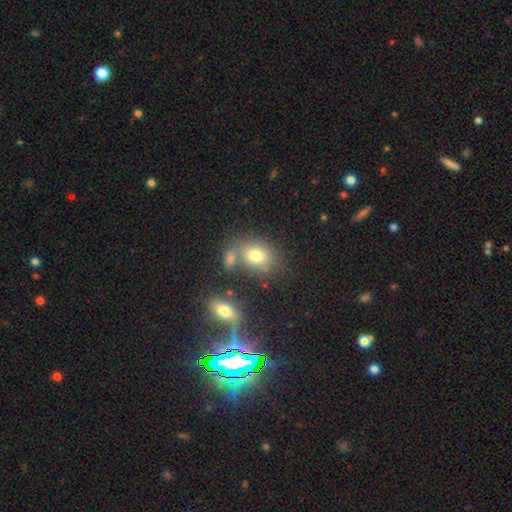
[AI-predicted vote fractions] A smooth galaxy with no disk features (77%) that is in between round and cigar-shaped (62%).

Vote fractions:
- Smooth or featured? smooth: 77% / featured or disk: 12% / star or artifact: 12%
- How rounded? in between: 62% / round: 36% / cigar-shaped: 2%
- Merging? none: 56% / merger: 25% / minor disturbance: 13% / major disturbance: 6%